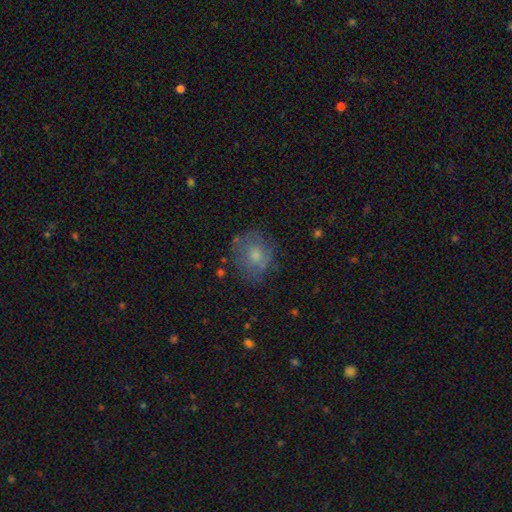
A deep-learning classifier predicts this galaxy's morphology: The model was most divided on "smooth or featured": smooth: 62%, featured or disk: 28%, star or artifact: 10%. More confident: how rounded — round (74%); merging — none (65%).